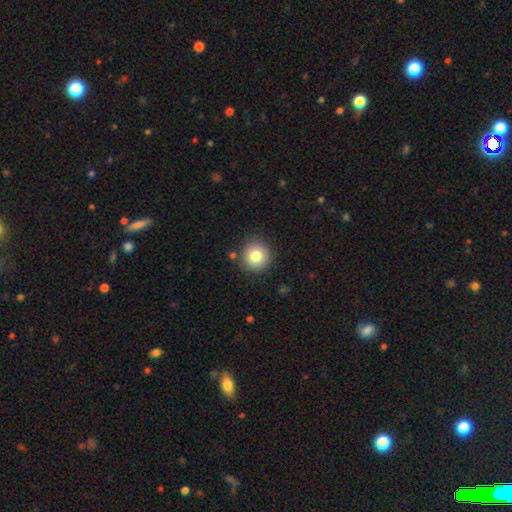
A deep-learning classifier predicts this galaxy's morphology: Smooth or featured? Predicted: smooth (p=0.80). How rounded? Predicted: round (p=0.94). Merging? Predicted: none (p=0.88).